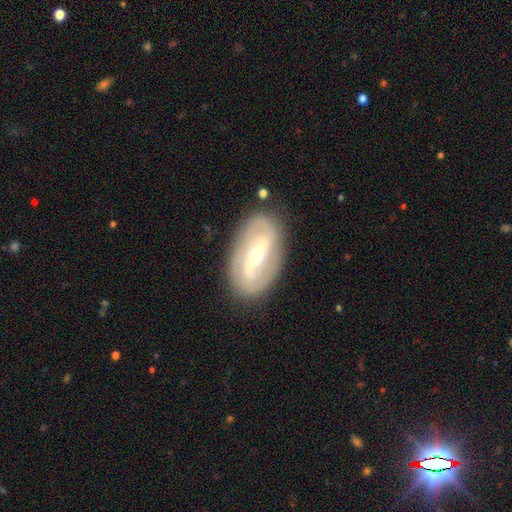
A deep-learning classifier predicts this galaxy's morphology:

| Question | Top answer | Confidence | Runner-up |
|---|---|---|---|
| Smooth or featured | featured or disk | 80% | smooth (15%) |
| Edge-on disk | no | 92% | yes (8%) |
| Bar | strong | 56% | weak (31%) |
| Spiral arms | yes | 75% | no (25%) |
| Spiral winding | medium | 37% | tight (32%) |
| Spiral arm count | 2 | 78% | can't tell (14%) |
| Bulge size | moderate | 49% | small (47%) |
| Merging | none | 83% | minor disturbance (12%) |